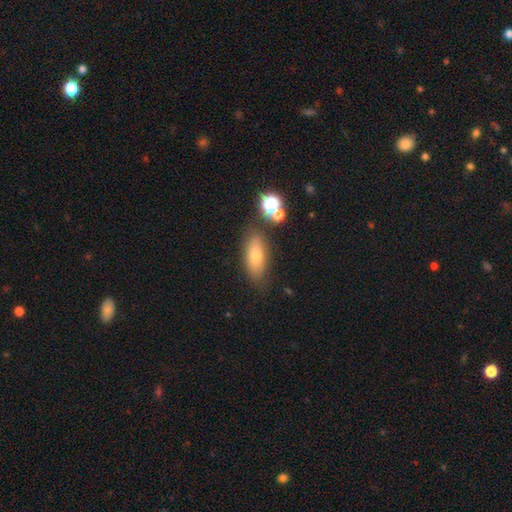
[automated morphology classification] Smooth or featured? Predicted: smooth (p=0.68). How rounded? Predicted: in between (p=0.76). Merging? Predicted: none (p=0.78).